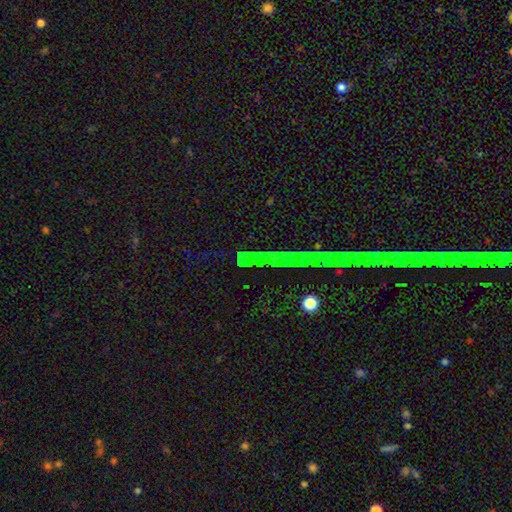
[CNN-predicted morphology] Q: Smooth or featured?
A: star or artifact (73%); runner-up: smooth (14%)